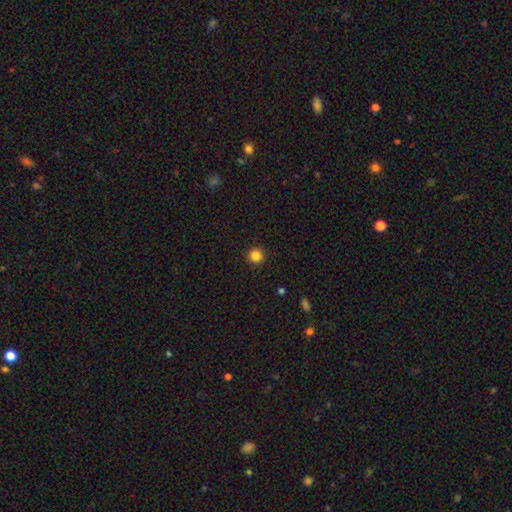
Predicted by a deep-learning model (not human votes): A smooth galaxy with no disk features (85%) that is round (95%).

Vote fractions:
- Smooth or featured? smooth: 85% / star or artifact: 12% / featured or disk: 3%
- How rounded? round: 95% / in between: 4% / cigar-shaped: 1%
- Merging? none: 92% / minor disturbance: 5% / major disturbance: 2% / merger: 1%